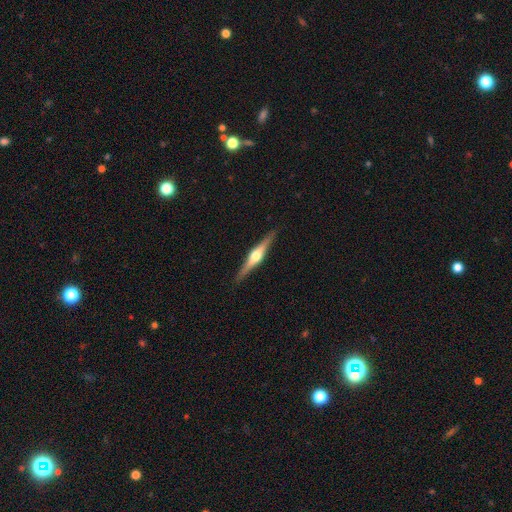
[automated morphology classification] smooth-or-featured: featured or disk: 79% | smooth: 17% | star or artifact: 5%
  disk-edge-on: yes: 98% | no: 2%
    edge-on-bulge: rounded: 94% | boxy: 4% | none: 2%
  merging: none: 91% | minor disturbance: 7% | major disturbance: 1% | merger: 1%